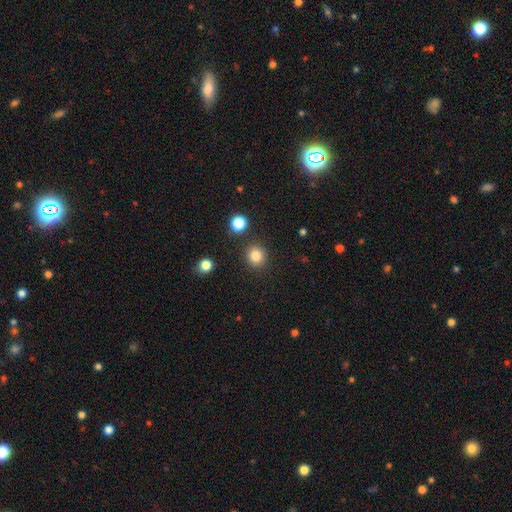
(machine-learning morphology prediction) This appears to be a smooth galaxy with no disk features (84%) that is round (88%). Merging: none (88%).